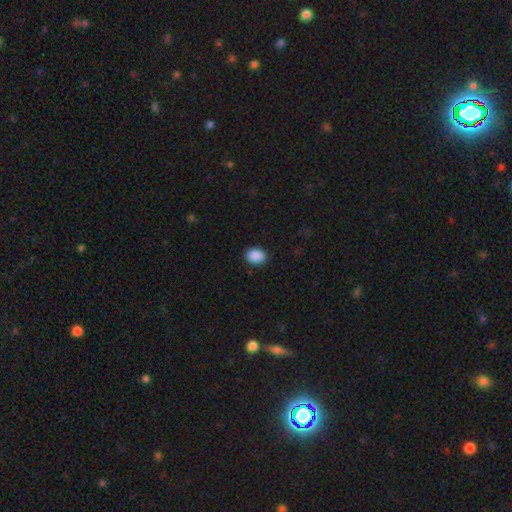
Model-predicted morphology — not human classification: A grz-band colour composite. It shows a smooth galaxy with no disk features (90%) that is in between round and cigar-shaped (67%). Merging: none (90%).